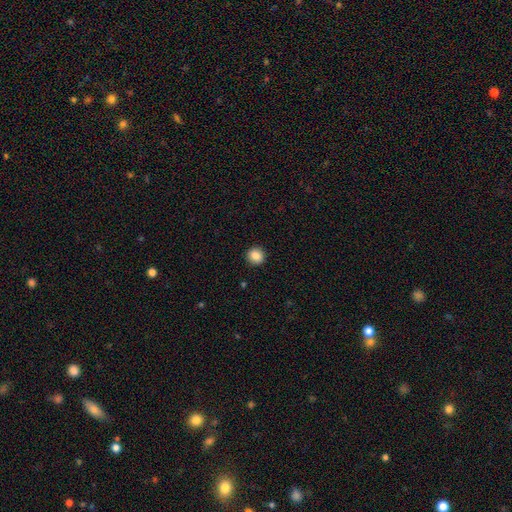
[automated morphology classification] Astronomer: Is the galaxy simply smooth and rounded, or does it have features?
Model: smooth — 87%.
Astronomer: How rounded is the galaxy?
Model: round — 91%.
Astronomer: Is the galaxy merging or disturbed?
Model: none — 92%.